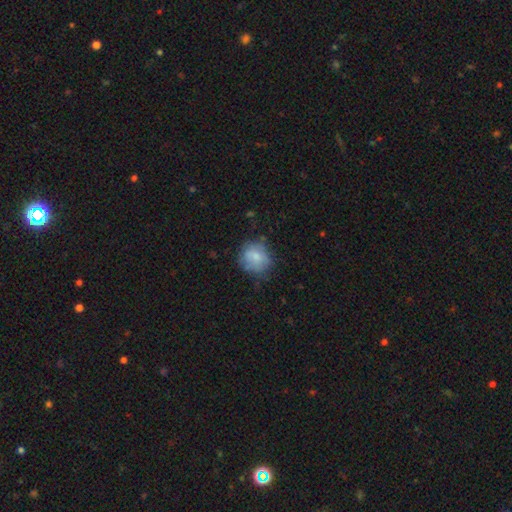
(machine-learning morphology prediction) type=smooth (72%); roundness=round (79%); merging=none (62%).